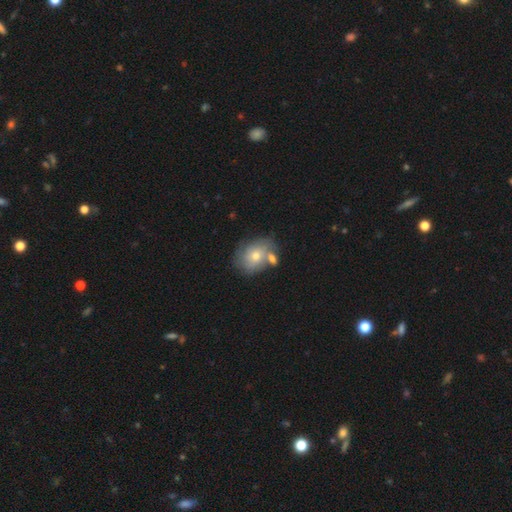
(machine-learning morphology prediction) A smooth galaxy with no disk features (55%) that is in between round and cigar-shaped (54%).

Vote fractions:
- Smooth or featured? smooth: 55% / featured or disk: 35% / star or artifact: 10%
- How rounded? in between: 54% / round: 45% / cigar-shaped: 1%
- Merging? none: 51% / merger: 26% / minor disturbance: 17% / major disturbance: 6%